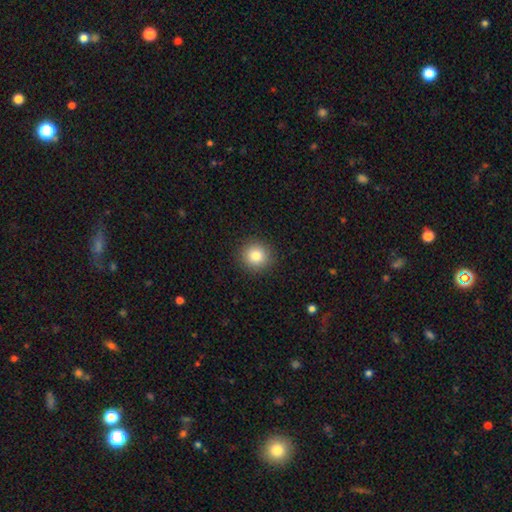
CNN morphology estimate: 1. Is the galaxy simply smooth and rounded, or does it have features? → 83% smooth, 10% star or artifact, 7% featured or disk.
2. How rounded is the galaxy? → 92% round, 7% in between, 1% cigar-shaped.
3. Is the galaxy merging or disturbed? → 91% none, 6% minor disturbance, 2% major disturbance, 1% merger.